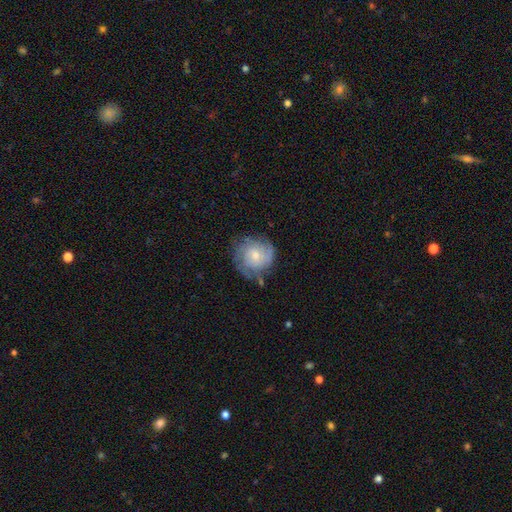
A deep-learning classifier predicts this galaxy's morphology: smooth_or_featured: featured or disk (p=0.60) [alt: smooth p=0.33]
disk_edge_on: no (p=0.97) [alt: yes p=0.03]
bar: no (p=0.67) [alt: weak p=0.29]
has_spiral_arms: yes (p=0.85) [alt: no p=0.15]
bulge_size: moderate (p=0.47) [alt: small p=0.44]
merging: none (p=0.64) [alt: minor disturbance p=0.23]